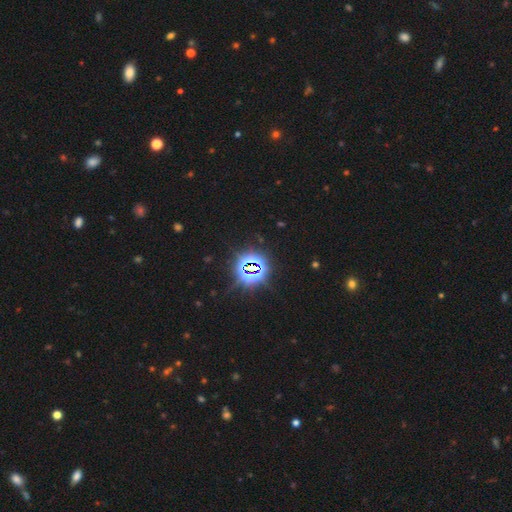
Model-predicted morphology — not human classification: star or artifact 80%, smooth 12%, featured or disk 7%.